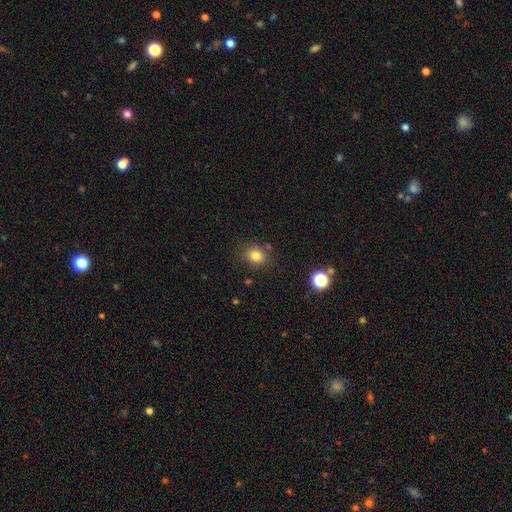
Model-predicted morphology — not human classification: This is clearly a smooth galaxy (81%). How rounded: likely round (63%). Merging: clearly none (81%).